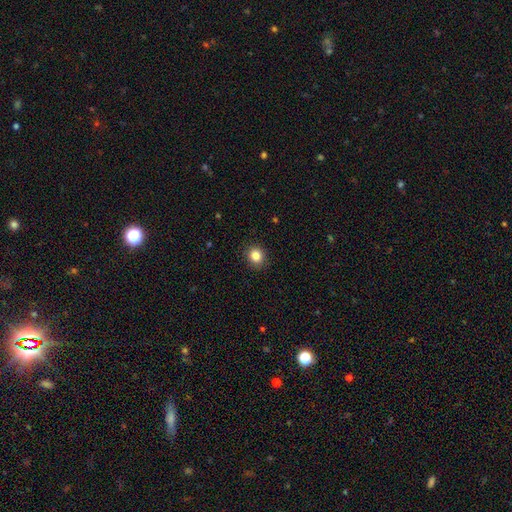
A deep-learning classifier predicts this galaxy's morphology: type=smooth (84%); roundness=round (78%); merging=none (90%).